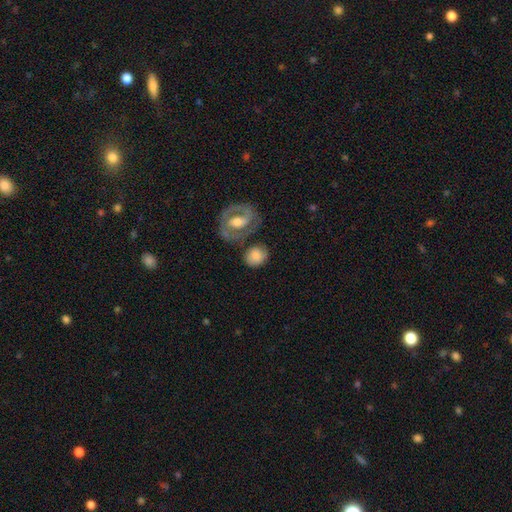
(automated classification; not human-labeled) Smooth or featured?
  - smooth: 72% *
  - featured or disk: 21%
  - star or artifact: 7%
How rounded?
  - round: 62% *
  - in between: 37%
  - cigar-shaped: 1%
Merging?
  - none: 63% *
  - minor disturbance: 18%
  - merger: 13%
  - major disturbance: 7%